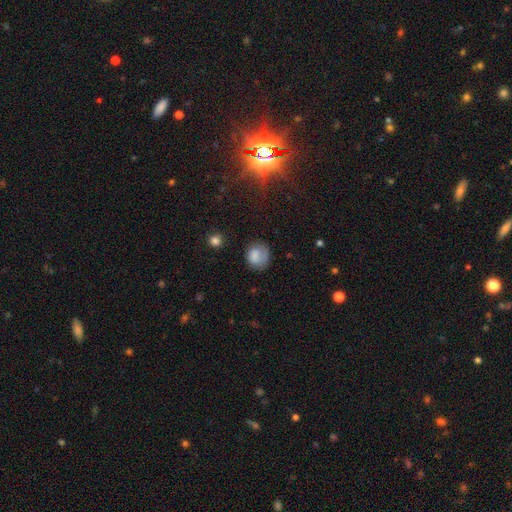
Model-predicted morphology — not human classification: Smooth or featured? smooth (77%)
How rounded? round (69%)
Merging? none (62%)